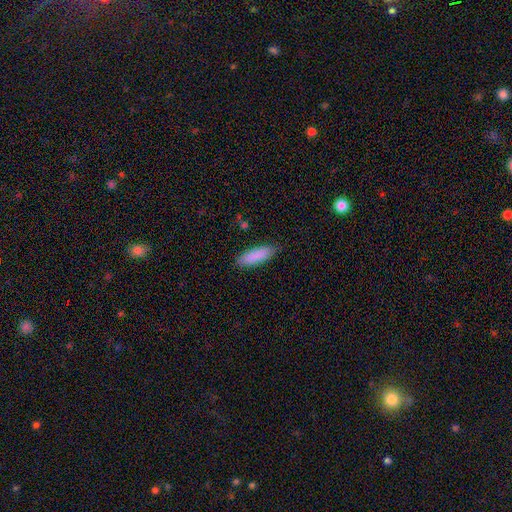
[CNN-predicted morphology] A smooth galaxy with no disk features (89%) that is in between round and cigar-shaped (59%).

Vote fractions:
- Smooth or featured? smooth: 89% / star or artifact: 6% / featured or disk: 5%
- How rounded? in between: 59% / cigar-shaped: 40% / round: 1%
- Merging? none: 85% / minor disturbance: 12% / major disturbance: 2% / merger: 1%